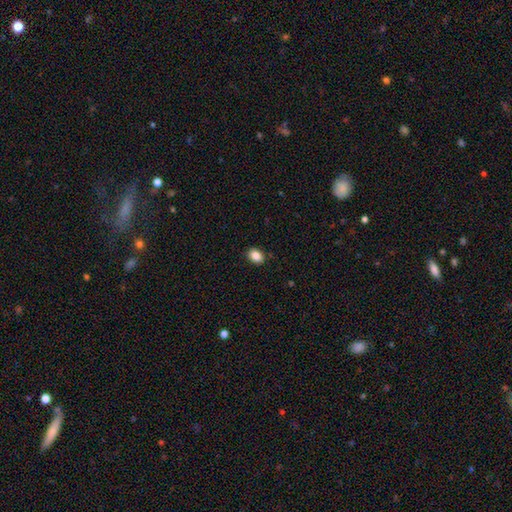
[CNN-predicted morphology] A smooth galaxy with no disk features (86%) that is in between round and cigar-shaped (70%). Merging: none (88%).